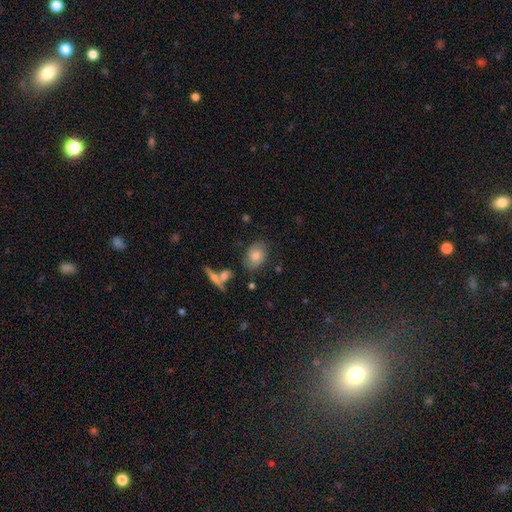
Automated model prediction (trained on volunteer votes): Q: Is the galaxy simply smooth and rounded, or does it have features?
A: smooth — 66%.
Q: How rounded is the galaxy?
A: in between — 68%.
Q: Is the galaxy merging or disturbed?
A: none — 71%.